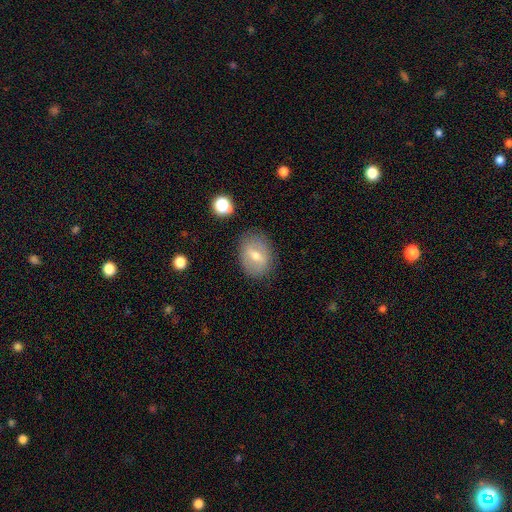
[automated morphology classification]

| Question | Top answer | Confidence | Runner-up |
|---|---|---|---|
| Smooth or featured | smooth | 52% | featured or disk (39%) |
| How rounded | in between | 66% | round (33%) |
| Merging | none | 82% | minor disturbance (12%) |